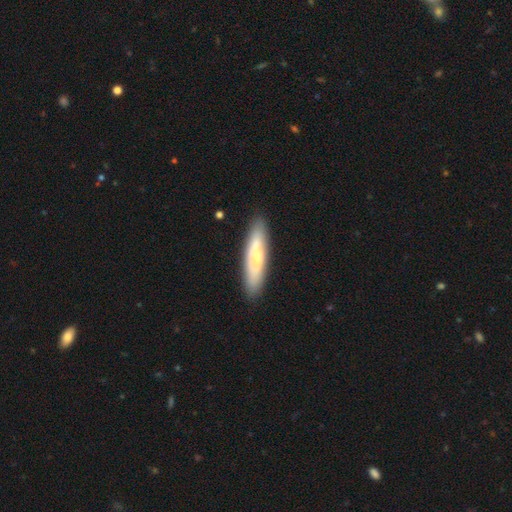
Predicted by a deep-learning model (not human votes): smooth 60%, featured or disk 35%, star or artifact 6%. Down the decision tree: how rounded — cigar-shaped (80%); merging — none (89%).